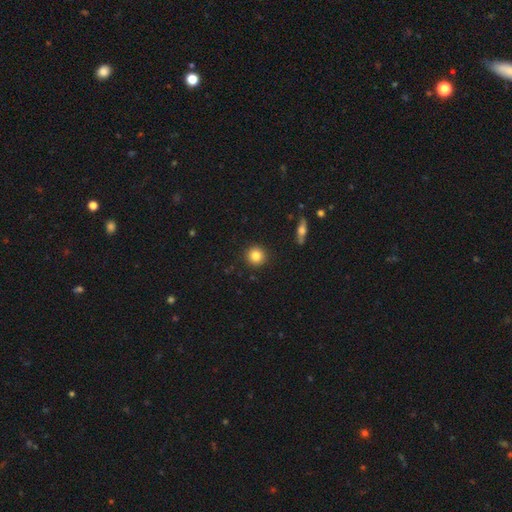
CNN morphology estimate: A smooth galaxy with no disk features (84%) that is round (94%).

Vote fractions:
- Smooth or featured? smooth: 84% / star or artifact: 9% / featured or disk: 7%
- How rounded? round: 94% / in between: 5% / cigar-shaped: 1%
- Merging? none: 91% / minor disturbance: 6% / major disturbance: 2% / merger: 1%